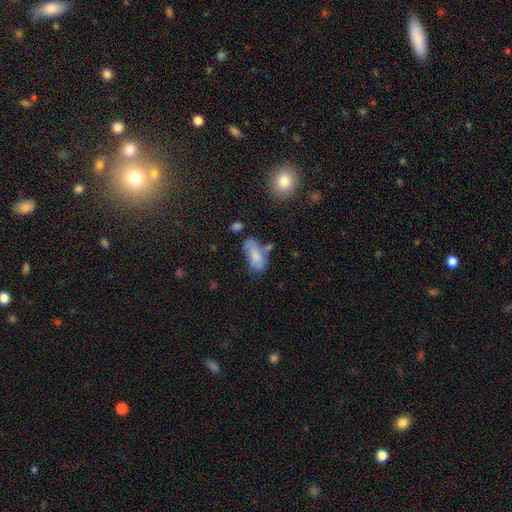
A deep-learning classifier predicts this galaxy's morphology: smooth-or-featured: smooth: 69% | featured or disk: 22% | star or artifact: 9%
  how-rounded: in between: 86% | cigar-shaped: 10% | round: 4%
  merging: none: 39% | minor disturbance: 29% | merger: 16% | major disturbance: 16%